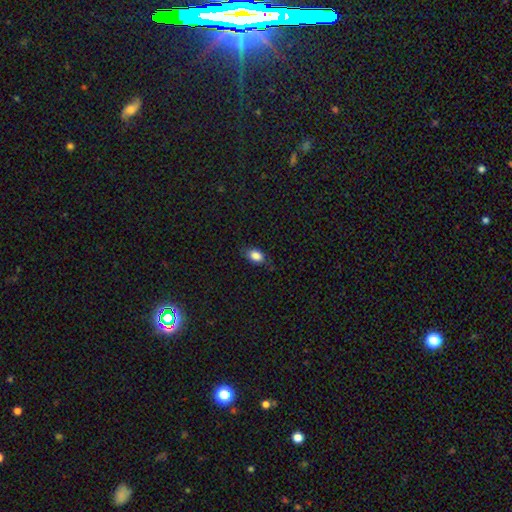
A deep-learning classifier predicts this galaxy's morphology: The model was most divided on "merging": none: 77%, minor disturbance: 18%, major disturbance: 4%, merger: 1%. More confident: how rounded — in between (85%); smooth or featured — smooth (85%).